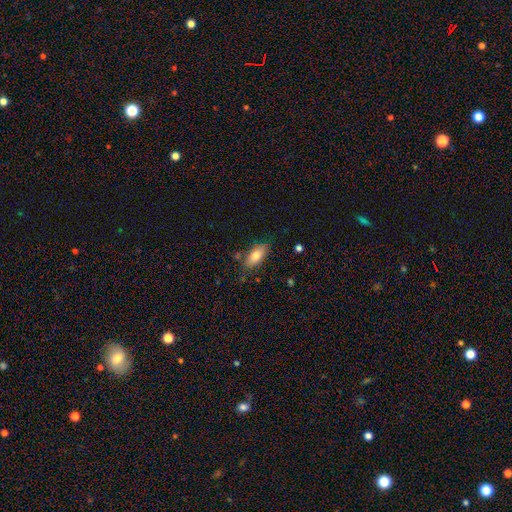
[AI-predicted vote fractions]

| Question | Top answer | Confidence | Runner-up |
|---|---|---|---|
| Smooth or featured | smooth | 76% | featured or disk (17%) |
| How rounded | in between | 85% | cigar-shaped (12%) |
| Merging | none | 78% | minor disturbance (16%) |